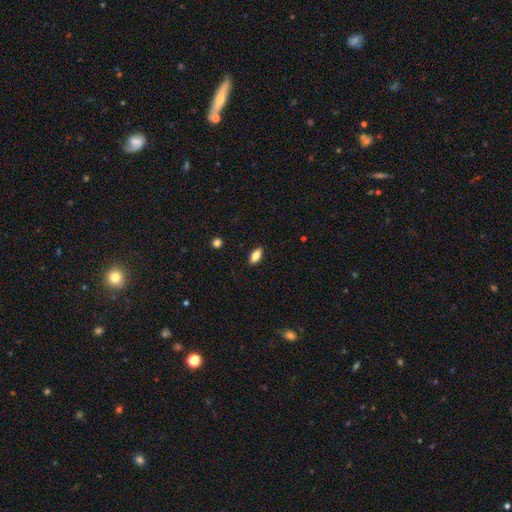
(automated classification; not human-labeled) A smooth galaxy with no disk features (79%) that is in between round and cigar-shaped (87%). Merging: none (88%).